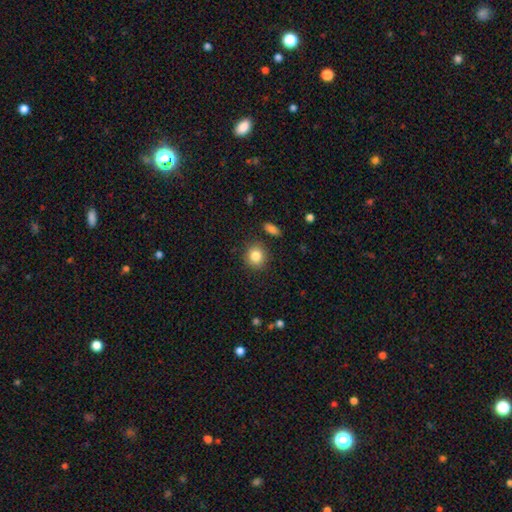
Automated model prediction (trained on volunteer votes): This appears to be a smooth galaxy with no disk features (83%) that is round (83%). Merging: none (87%).